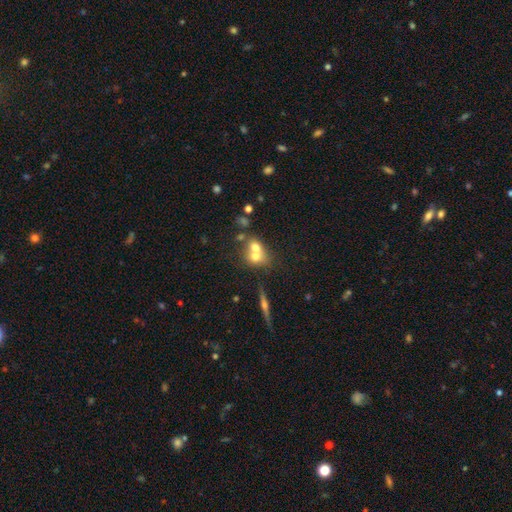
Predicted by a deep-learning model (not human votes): This appears to be a smooth galaxy with no disk features (63%) that is round (57%). Merging: merger (64%).